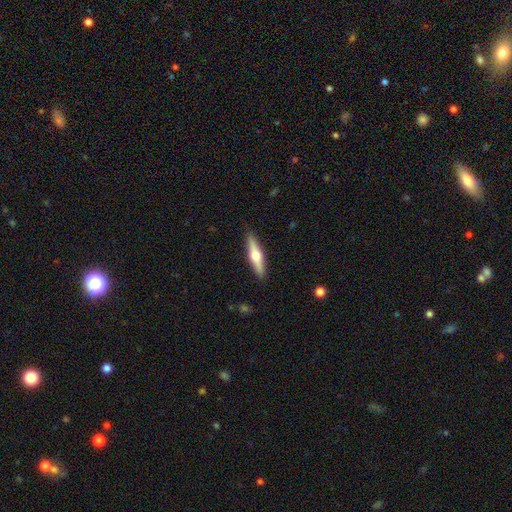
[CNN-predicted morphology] smooth_or_featured: featured or disk (p=0.59) [alt: smooth p=0.36]
disk_edge_on: yes (p=0.96) [alt: no p=0.04]
edge_on_bulge: rounded (p=0.94) [alt: boxy p=0.03]
merging: none (p=0.90) [alt: minor disturbance p=0.07]